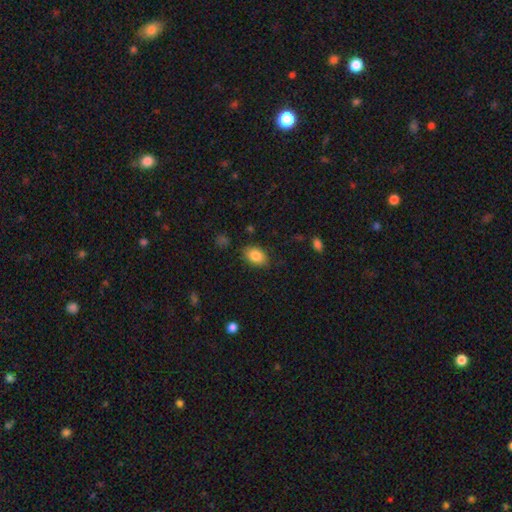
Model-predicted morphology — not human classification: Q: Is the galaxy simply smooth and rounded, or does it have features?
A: smooth — 85%.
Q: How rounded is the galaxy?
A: in between — 83%.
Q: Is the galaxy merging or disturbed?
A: none — 81%.